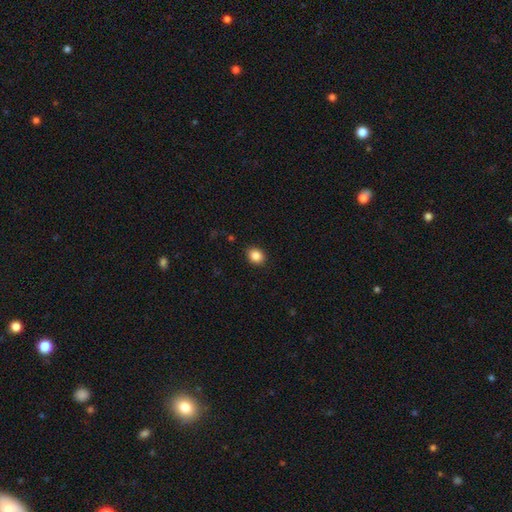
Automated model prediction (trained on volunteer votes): Smooth or featured?
  - smooth: 86% *
  - star or artifact: 10%
  - featured or disk: 4%
How rounded?
  - round: 60% *
  - in between: 39%
  - cigar-shaped: 1%
Merging?
  - none: 88% *
  - minor disturbance: 8%
  - major disturbance: 2%
  - merger: 1%